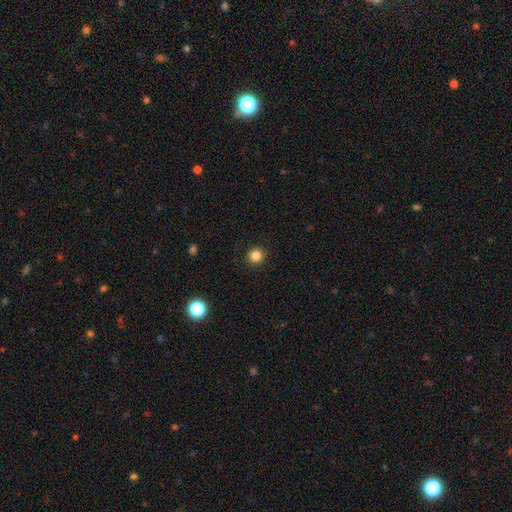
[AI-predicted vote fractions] This appears to be a smooth galaxy with no disk features (85%) that is round (93%). Merging: none (93%).